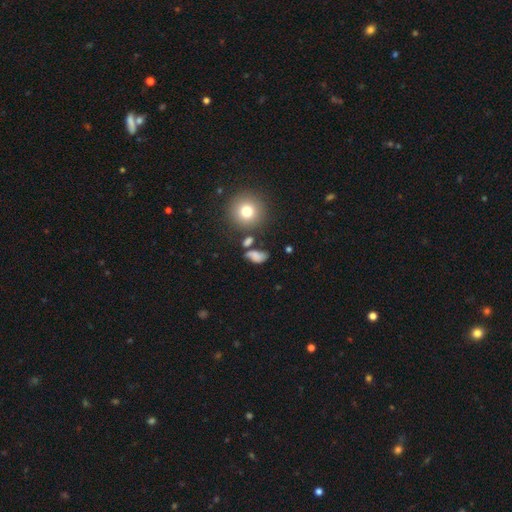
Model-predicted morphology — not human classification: A smooth galaxy with no disk features (66%) that is in between round and cigar-shaped (76%). Merging: none (51%).